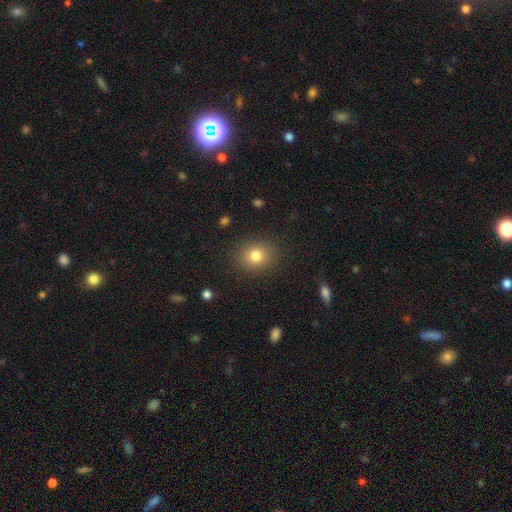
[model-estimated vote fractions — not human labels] This is clearly a smooth galaxy (80%). How rounded: likely round (68%). Merging: clearly none (87%).